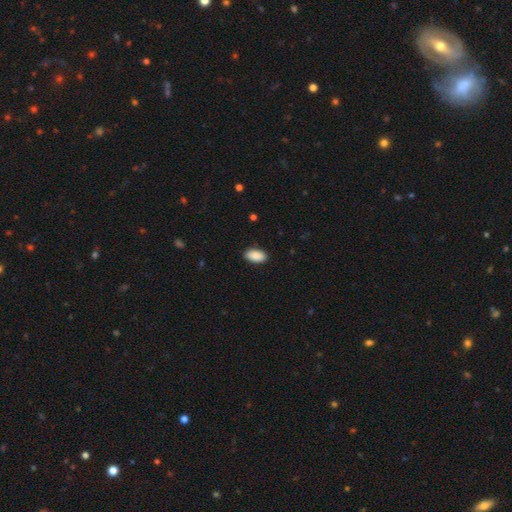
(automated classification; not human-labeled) Smooth or featured: smooth — 90% (star or artifact — 6%)
How rounded: in between — 95% (round — 3%)
Merging: none — 89% (minor disturbance — 9%)